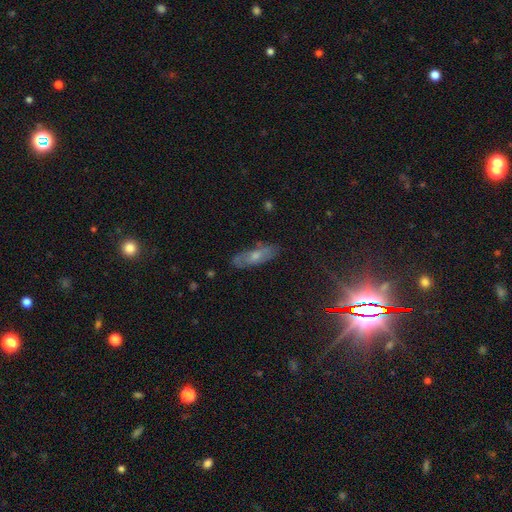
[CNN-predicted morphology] smooth_or_featured: smooth (p=0.44) [alt: featured or disk p=0.43]
merging: none (p=0.76) [alt: minor disturbance p=0.17]